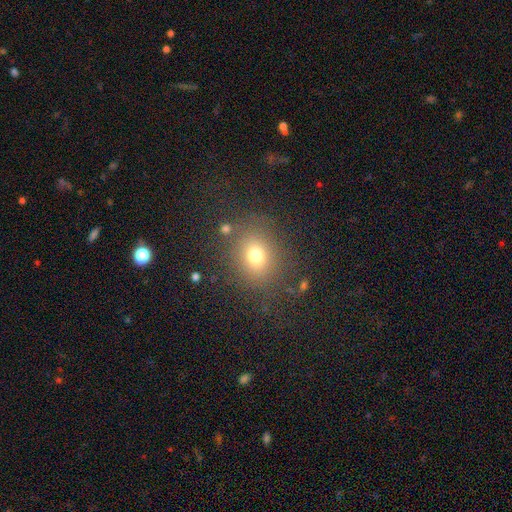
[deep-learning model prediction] A smooth galaxy with no disk features (73%) that is round (60%). Merging: none (80%).